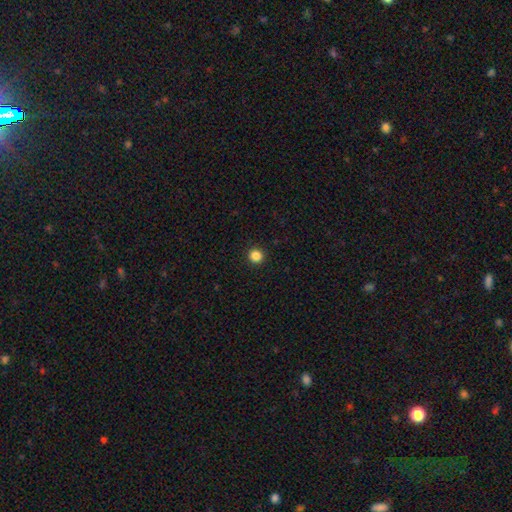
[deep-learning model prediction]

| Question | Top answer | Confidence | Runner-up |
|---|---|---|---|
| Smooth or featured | smooth | 86% | star or artifact (11%) |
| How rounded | round | 94% | in between (5%) |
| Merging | none | 93% | minor disturbance (4%) |